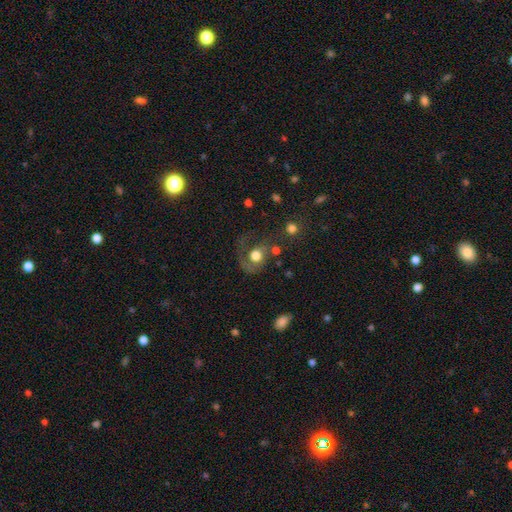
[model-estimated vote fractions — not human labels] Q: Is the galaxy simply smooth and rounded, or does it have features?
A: smooth — 47%.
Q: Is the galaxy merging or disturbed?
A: major disturbance — 38%.